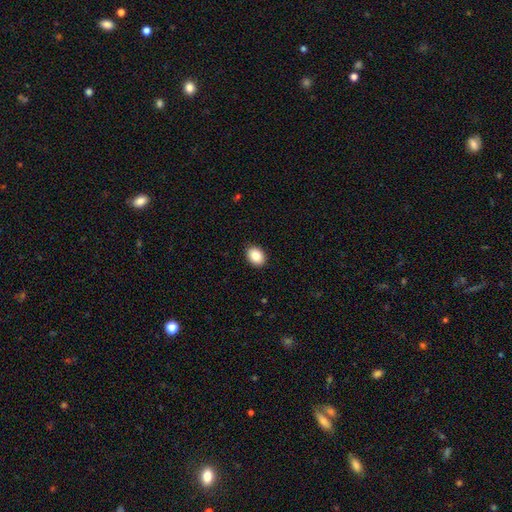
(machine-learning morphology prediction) Smooth or featured?
  - smooth: 87% *
  - star or artifact: 8%
  - featured or disk: 5%
How rounded?
  - in between: 66% *
  - round: 33%
  - cigar-shaped: 1%
Merging?
  - none: 91% *
  - minor disturbance: 6%
  - major disturbance: 2%
  - merger: 1%